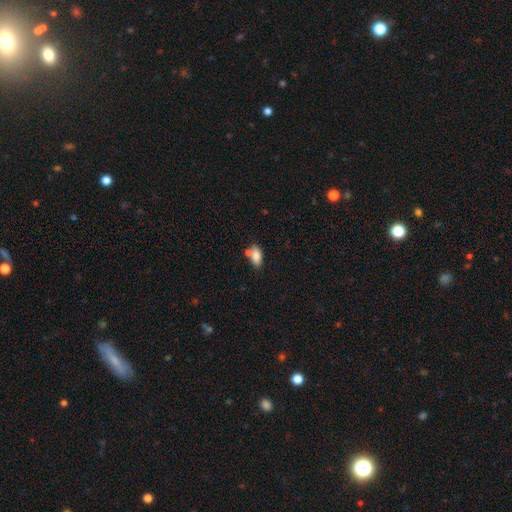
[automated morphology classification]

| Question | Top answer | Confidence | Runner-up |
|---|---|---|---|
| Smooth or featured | smooth | 81% | featured or disk (11%) |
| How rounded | in between | 89% | cigar-shaped (7%) |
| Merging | none | 54% | merger (25%) |